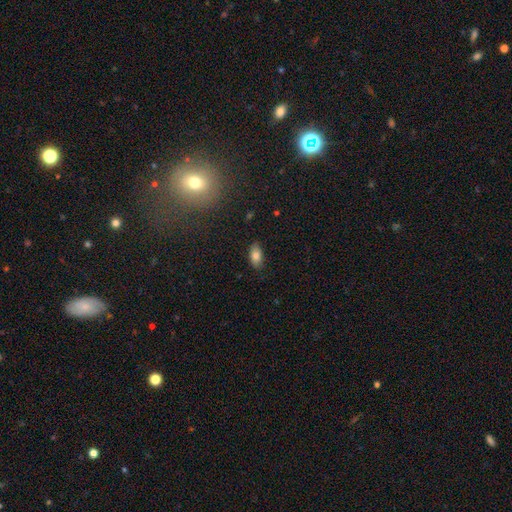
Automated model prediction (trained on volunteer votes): Q: Smooth or featured?
A: smooth (82%); runner-up: featured or disk (9%)
Q: How rounded?
A: in between (91%); runner-up: cigar-shaped (5%)
Q: Merging?
A: none (83%); runner-up: minor disturbance (13%)